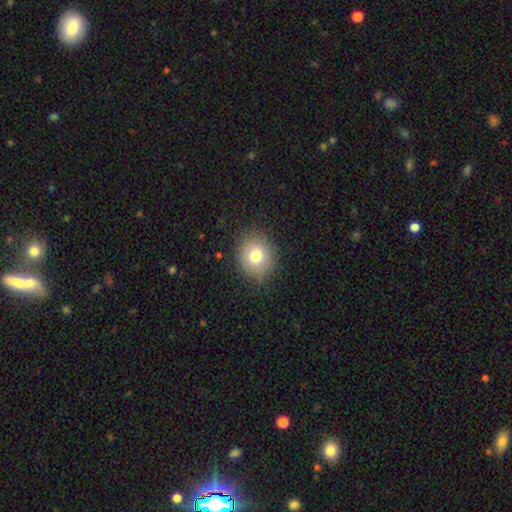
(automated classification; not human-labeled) A smooth galaxy with no disk features (76%) that is round (74%). Merging: none (85%).